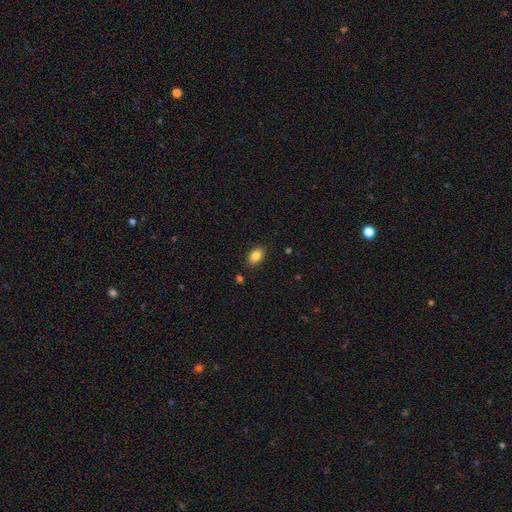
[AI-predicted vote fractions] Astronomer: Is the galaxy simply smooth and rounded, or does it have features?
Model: smooth — 84%.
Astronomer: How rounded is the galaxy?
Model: in between — 85%.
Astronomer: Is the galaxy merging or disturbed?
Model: none — 85%.